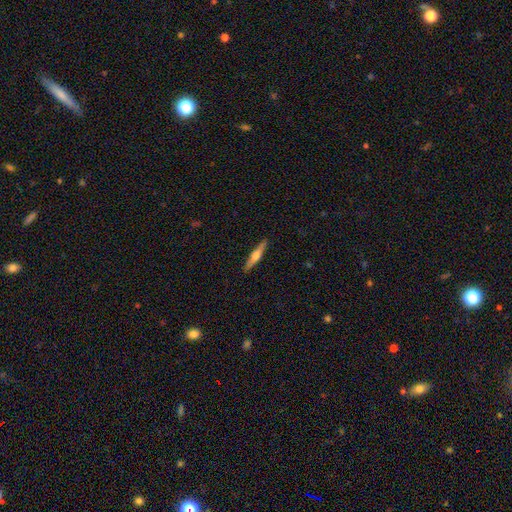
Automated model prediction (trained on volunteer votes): featured or disk 54%, smooth 40%, star or artifact 6%. Down the decision tree: edge-on disk — yes (96%); edge-on bulge — rounded (89%); merging — none (91%).